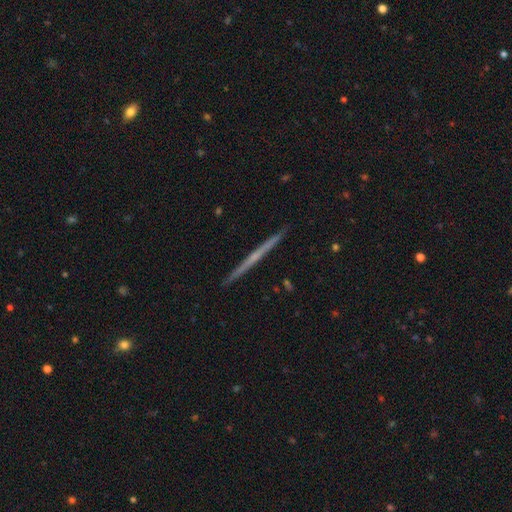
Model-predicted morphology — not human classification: smooth_or_featured: featured or disk (p=0.69) [alt: smooth p=0.25]
disk_edge_on: yes (p=0.98) [alt: no p=0.02]
edge_on_bulge: none (p=0.71) [alt: rounded p=0.24]
merging: none (p=0.93) [alt: minor disturbance p=0.05]